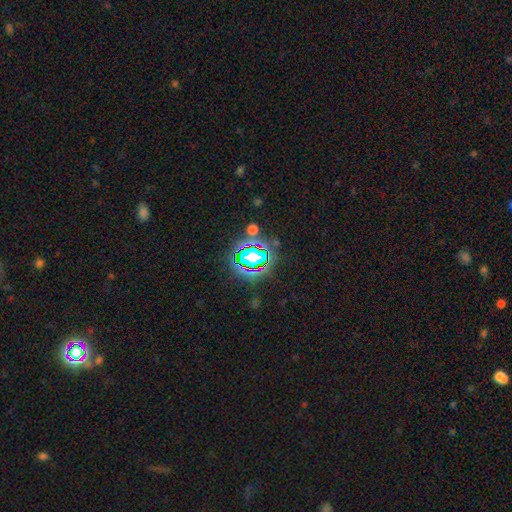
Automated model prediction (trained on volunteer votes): This is likely a star or artifact rather than a galaxy (61%).